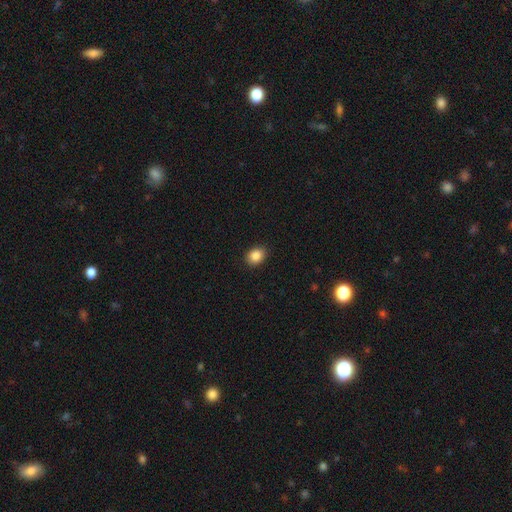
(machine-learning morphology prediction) Smooth or featured? Predicted: smooth (p=0.87). How rounded? Predicted: in between (p=0.55). Merging? Predicted: none (p=0.89).